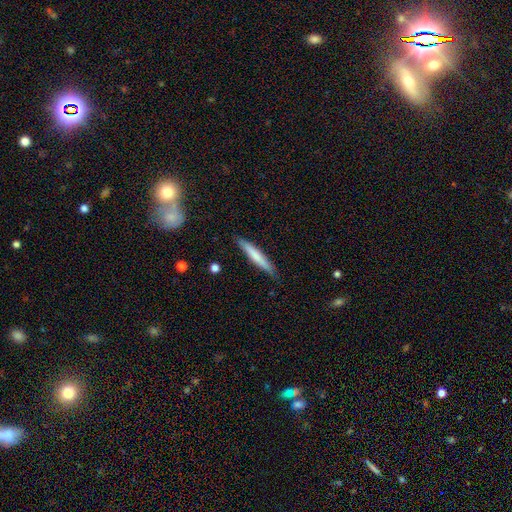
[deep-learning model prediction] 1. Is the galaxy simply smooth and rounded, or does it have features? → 69% smooth, 26% featured or disk, 5% star or artifact.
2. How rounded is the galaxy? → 93% cigar-shaped, 5% in between, 1% round.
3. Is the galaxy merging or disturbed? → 86% none, 11% minor disturbance, 2% major disturbance, 1% merger.